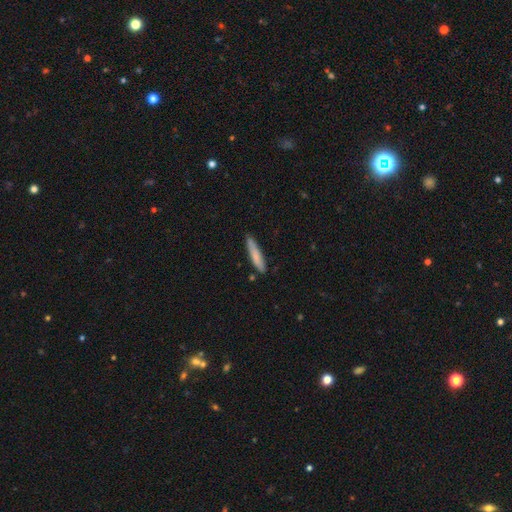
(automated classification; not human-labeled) Smooth or featured: smooth — 77% (featured or disk — 17%)
How rounded: cigar-shaped — 90% (in between — 9%)
Merging: none — 82% (minor disturbance — 14%)